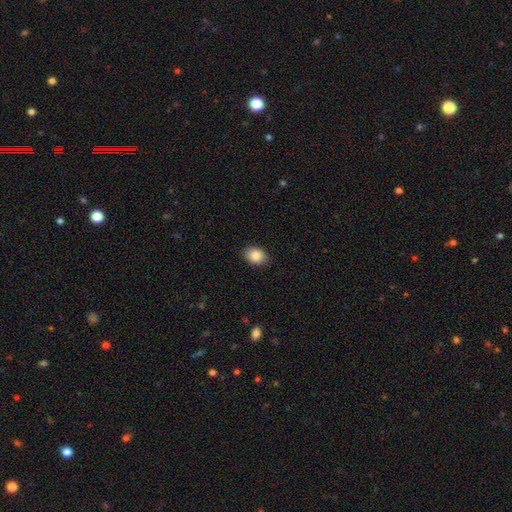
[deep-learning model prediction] A smooth galaxy with no disk features (87%) that is in between round and cigar-shaped (75%). Merging: none (88%).